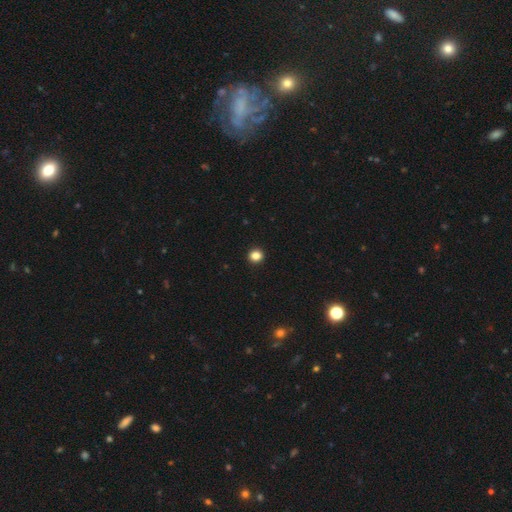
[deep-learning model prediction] Q: Smooth or featured?
A: smooth (85%); runner-up: star or artifact (11%)
Q: How rounded?
A: round (87%); runner-up: in between (12%)
Q: Merging?
A: none (94%); runner-up: minor disturbance (4%)